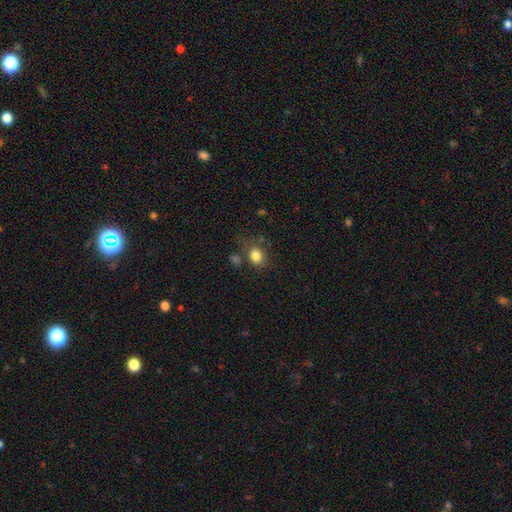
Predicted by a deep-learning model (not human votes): Smooth or featured? smooth (82%)
How rounded? round (58%)
Merging? none (67%)